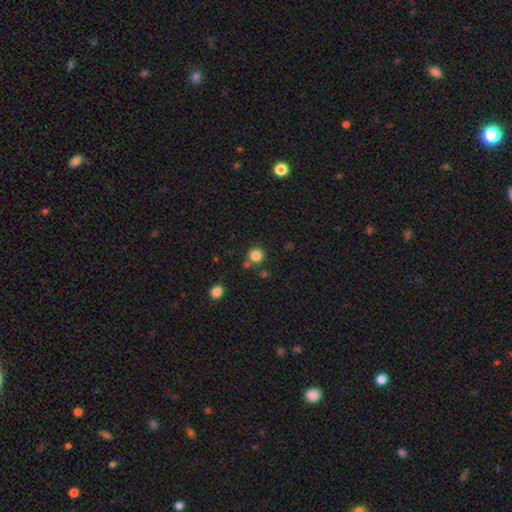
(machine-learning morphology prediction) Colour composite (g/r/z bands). It shows a smooth galaxy with no disk features (84%) that is round (91%). Merging: none (75%).